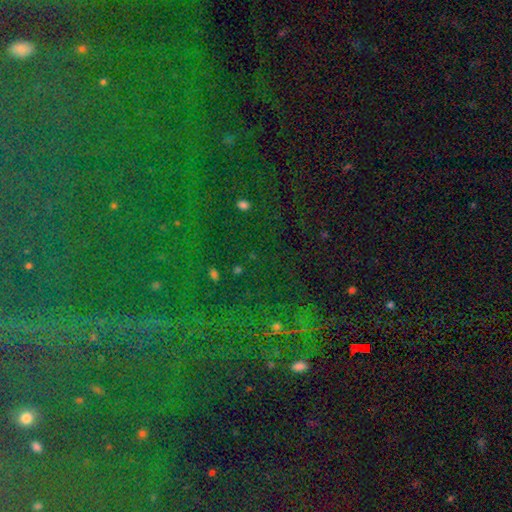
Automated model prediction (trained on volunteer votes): star or artifact 85%, featured or disk 8%, smooth 7%.